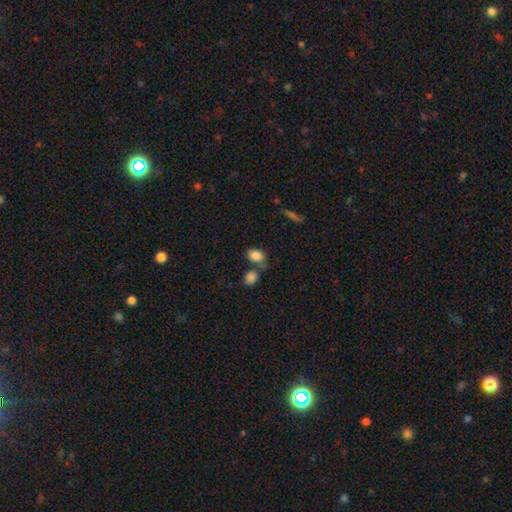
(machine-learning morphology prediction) Overall: smooth (84%). How rounded: in between (73%). Merging: none (46%; merger 33%).